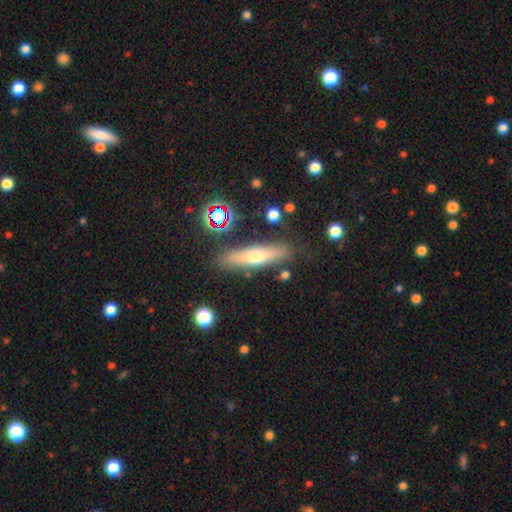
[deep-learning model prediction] The model was most divided on "smooth or featured": smooth: 49%, featured or disk: 41%, star or artifact: 10%. More confident: merging — none (83%).